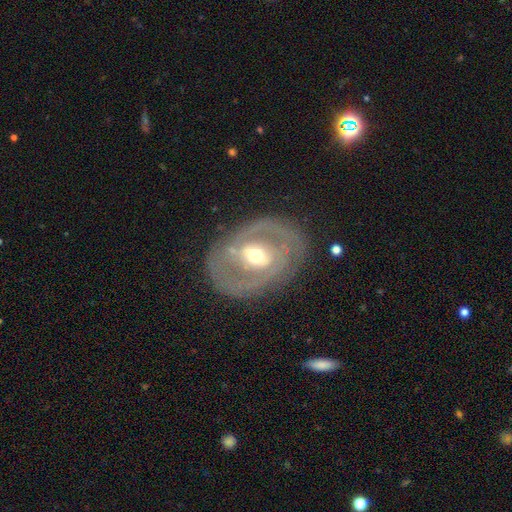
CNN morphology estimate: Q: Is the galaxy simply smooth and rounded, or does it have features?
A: featured or disk — 77%.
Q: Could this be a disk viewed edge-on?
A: no — 94%.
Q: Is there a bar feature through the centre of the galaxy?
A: weak — 40%.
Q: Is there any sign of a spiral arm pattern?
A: yes — 60%.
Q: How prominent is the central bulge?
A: moderate — 69%.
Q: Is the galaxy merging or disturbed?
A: none — 78%.